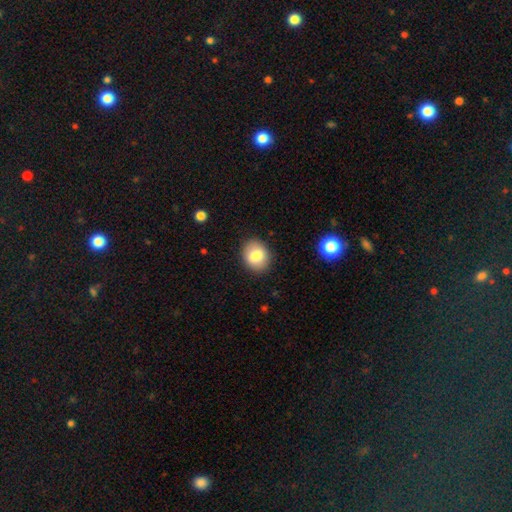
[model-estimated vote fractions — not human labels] Morphology: type=smooth (81%); roundness=round (50%); merging=none (88%).